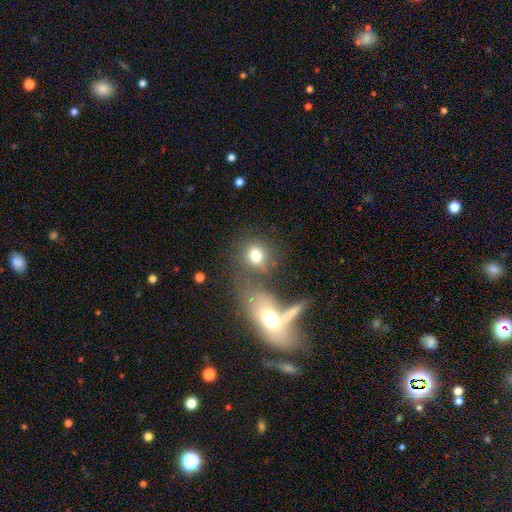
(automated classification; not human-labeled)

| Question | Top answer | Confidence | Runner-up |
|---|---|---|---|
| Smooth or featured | smooth | 75% | featured or disk (12%) |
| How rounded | round | 71% | in between (27%) |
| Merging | none | 54% | merger (26%) |